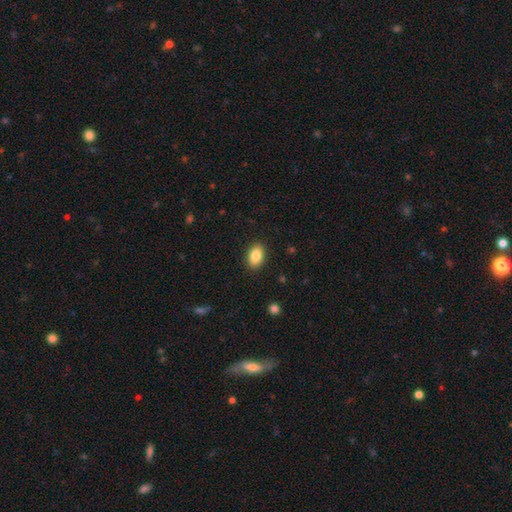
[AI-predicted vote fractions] This is clearly a smooth galaxy (86%). How rounded: clearly in between (88%). Merging: clearly none (89%).